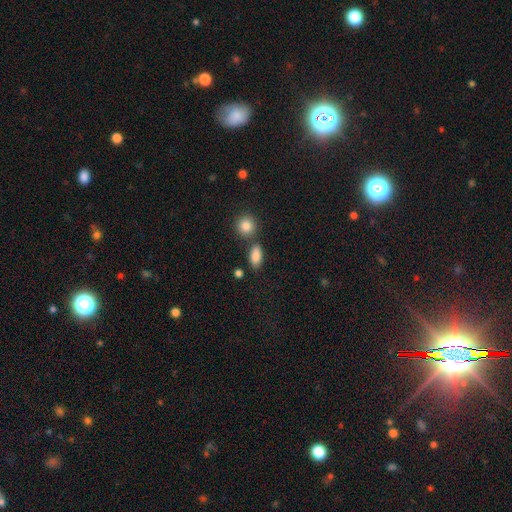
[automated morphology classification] Smooth or featured: smooth — 87% (star or artifact — 8%)
How rounded: in between — 86% (round — 8%)
Merging: none — 72% (minor disturbance — 13%)